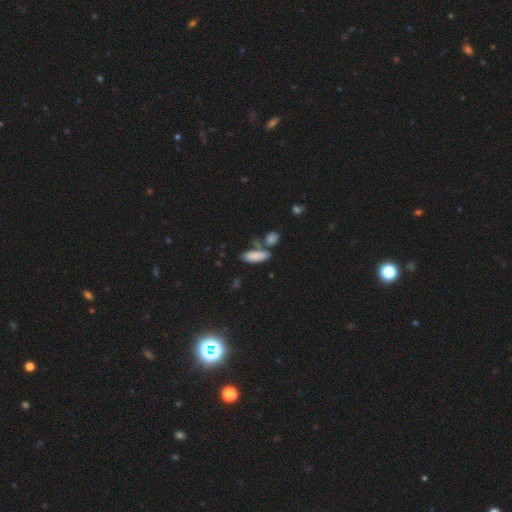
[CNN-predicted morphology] Q: Smooth or featured?
A: smooth (84%); runner-up: featured or disk (8%)
Q: How rounded?
A: in between (70%); runner-up: cigar-shaped (27%)
Q: Merging?
A: none (58%); runner-up: merger (23%)